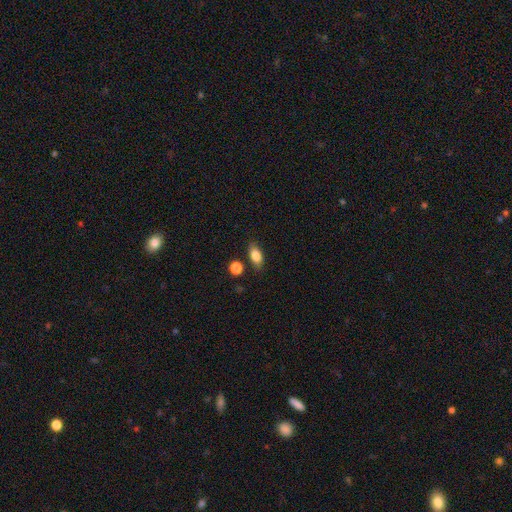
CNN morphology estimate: Q: Smooth or featured?
A: smooth (82%); runner-up: featured or disk (9%)
Q: How rounded?
A: in between (84%); runner-up: round (9%)
Q: Merging?
A: none (80%); runner-up: minor disturbance (12%)